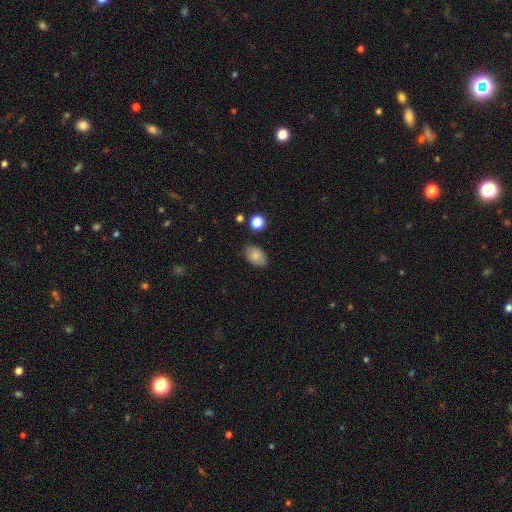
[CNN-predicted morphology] Smooth or featured: smooth — 81% (featured or disk — 11%)
How rounded: in between — 87% (round — 12%)
Merging: none — 81% (minor disturbance — 14%)